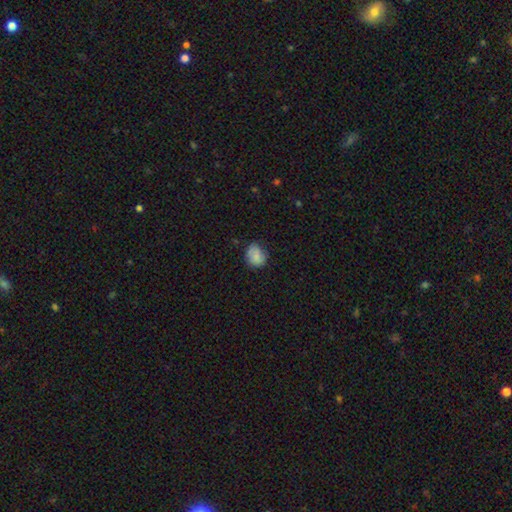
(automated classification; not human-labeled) smooth-or-featured: smooth: 78% | featured or disk: 13% | star or artifact: 9%
  how-rounded: round: 60% | in between: 39% | cigar-shaped: 1%
  merging: none: 67% | minor disturbance: 26% | major disturbance: 6% | merger: 2%